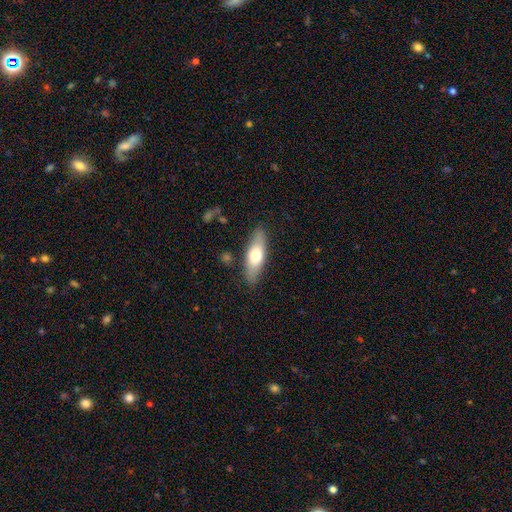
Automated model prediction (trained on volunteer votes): smooth_or_featured: smooth (p=0.62) [alt: featured or disk p=0.32]
how_rounded: in between (p=0.54) [alt: cigar-shaped p=0.44]
merging: none (p=0.85) [alt: minor disturbance p=0.10]